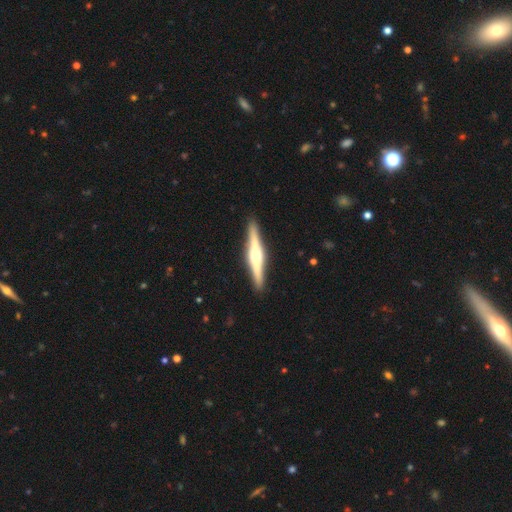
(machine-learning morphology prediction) Smooth or featured?
  - featured or disk: 76% *
  - smooth: 19%
  - star or artifact: 5%
Edge-on disk?
  - yes: 98% *
  - no: 2%
Edge-on bulge?
  - rounded: 87% *
  - boxy: 10%
  - none: 3%
Merging?
  - none: 91% *
  - minor disturbance: 7%
  - major disturbance: 1%
  - merger: 1%